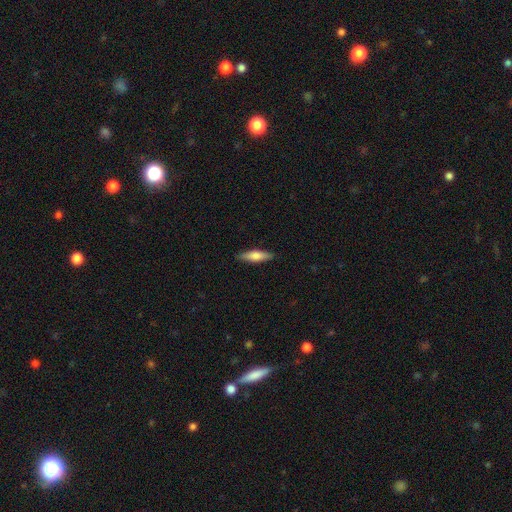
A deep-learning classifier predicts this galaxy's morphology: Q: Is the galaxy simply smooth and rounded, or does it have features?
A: smooth — 64%.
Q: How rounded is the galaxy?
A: cigar-shaped — 67%.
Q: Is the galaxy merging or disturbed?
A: none — 88%.